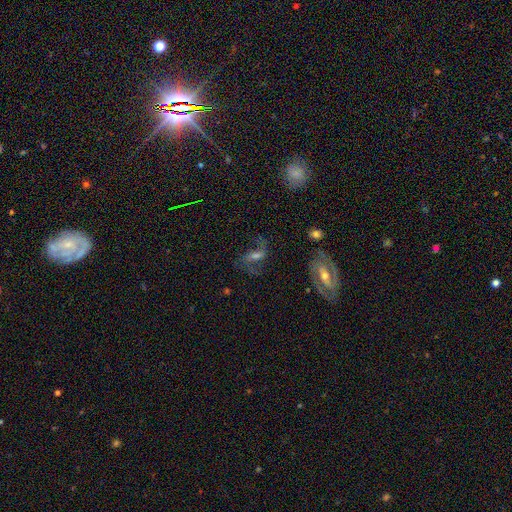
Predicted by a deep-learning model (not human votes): The model was most divided on "bar": weak: 41%, strong: 38%, no: 20%. Remaining: edge-on disk — no (92%); spiral arms — yes (89%); spiral arm count — 2 (87%); smooth or featured — featured or disk (67%); merging — none (64%); spiral winding — loose (50%); bulge size — moderate (47%).